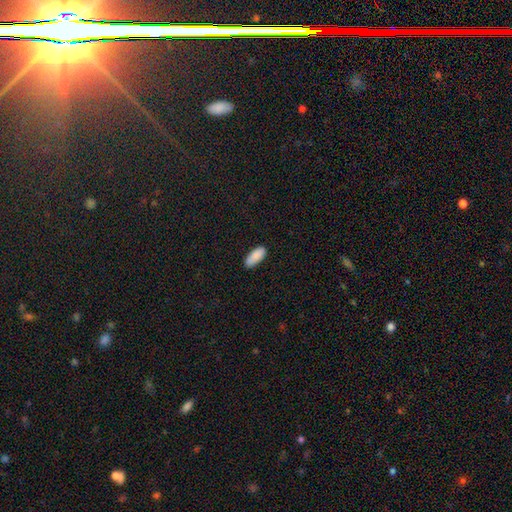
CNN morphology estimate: smooth 89%, star or artifact 6%, featured or disk 5%. Down the decision tree: how rounded — in between (85%); merging — none (82%).